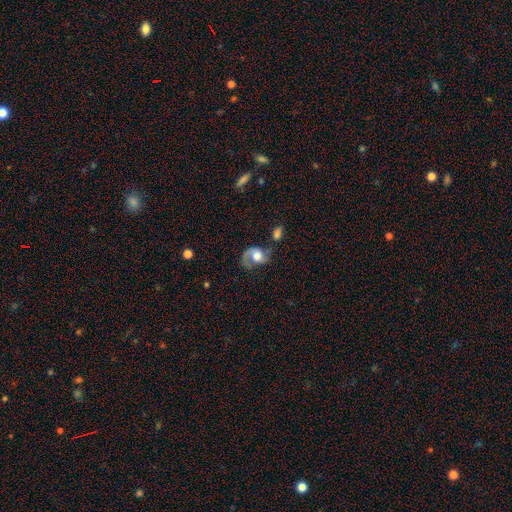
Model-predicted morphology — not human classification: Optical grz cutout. It shows a featured or disk galaxy (68%) with no bar (68%), 2 (53%) medium (44%) spiral arms (90%) and a large central bulge (44%). Merging: none (42%).